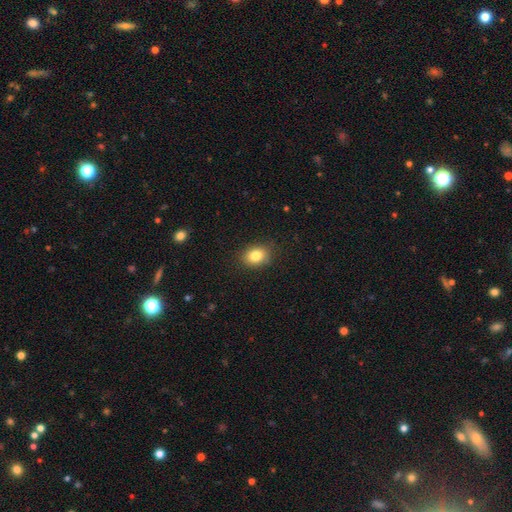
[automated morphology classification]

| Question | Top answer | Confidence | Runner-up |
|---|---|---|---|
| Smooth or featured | smooth | 82% | star or artifact (10%) |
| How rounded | in between | 60% | round (39%) |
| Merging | none | 86% | minor disturbance (10%) |